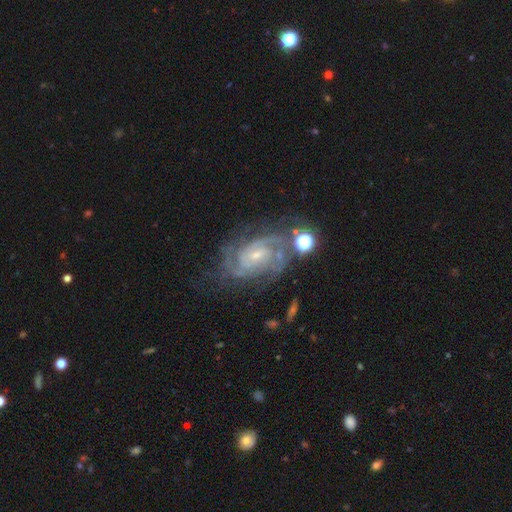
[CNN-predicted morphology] This appears to be a featured or disk galaxy (88%) with no bar (49%), 2 (36%) tight (64%) spiral arms (98%) and a small central bulge (72%). Merging: none (64%).